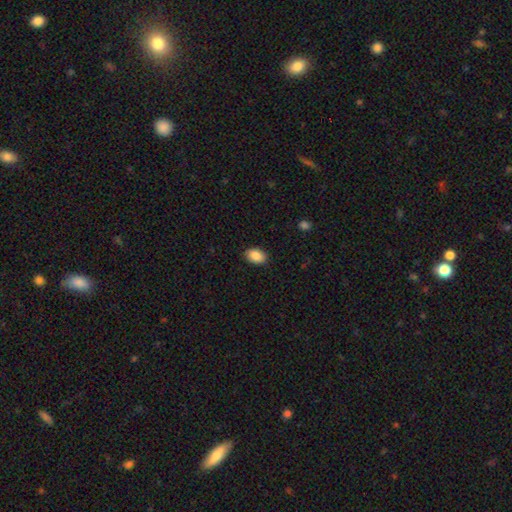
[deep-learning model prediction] Smooth or featured: smooth — 89% (star or artifact — 7%)
How rounded: in between — 85% (round — 13%)
Merging: none — 89% (minor disturbance — 8%)